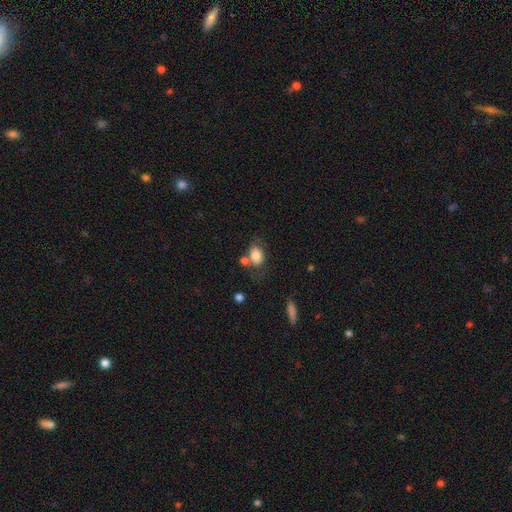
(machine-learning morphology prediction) Q: Smooth or featured?
A: smooth (78%); runner-up: featured or disk (13%)
Q: How rounded?
A: in between (71%); runner-up: round (28%)
Q: Merging?
A: none (50%); runner-up: minor disturbance (20%)